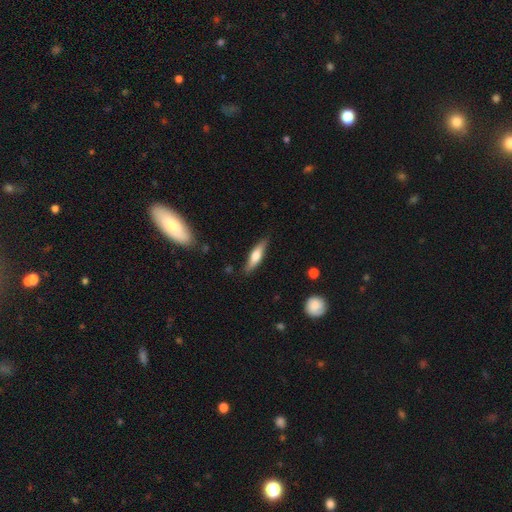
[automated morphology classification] smooth-or-featured: smooth: 56% | featured or disk: 38% | star or artifact: 6%
  how-rounded: cigar-shaped: 67% | in between: 31% | round: 2%
  merging: none: 83% | minor disturbance: 13% | major disturbance: 2% | merger: 2%